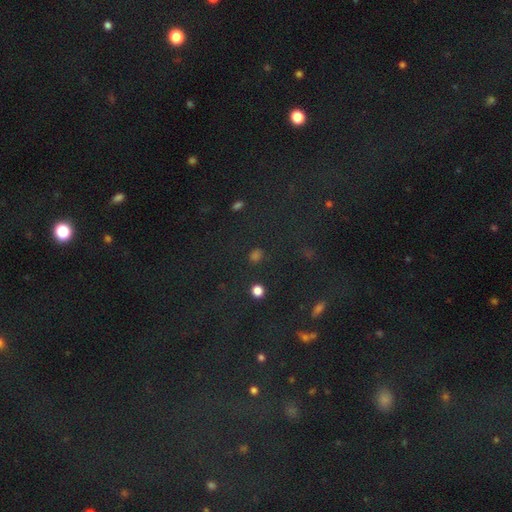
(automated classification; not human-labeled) Overall: star or artifact (49%; smooth 44%).